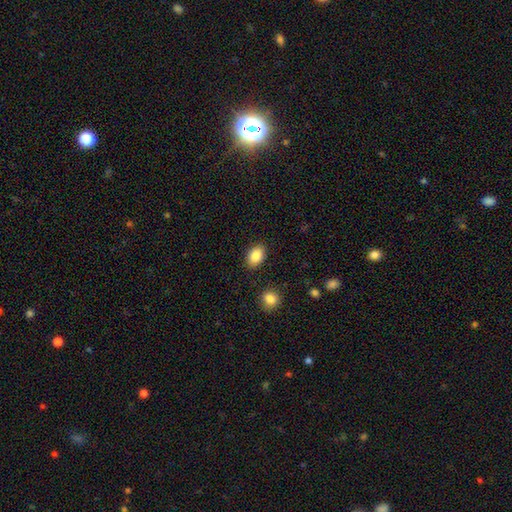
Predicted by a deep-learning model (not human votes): This is clearly a smooth galaxy (88%). How rounded: clearly in between (85%). Merging: clearly none (86%).